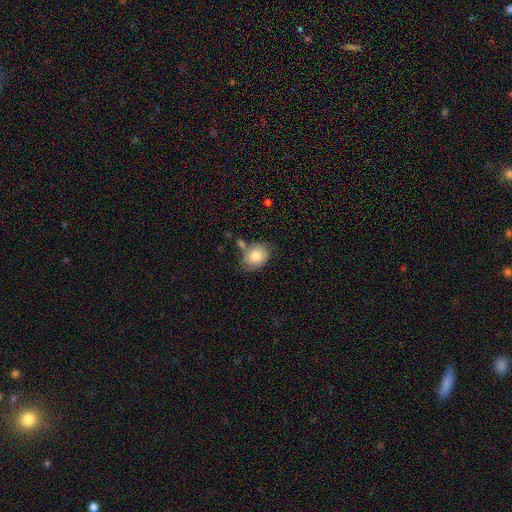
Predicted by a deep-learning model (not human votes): Smooth or featured? Predicted: smooth (p=0.80). How rounded? Predicted: in between (p=0.62). Merging? Predicted: none (p=0.60).